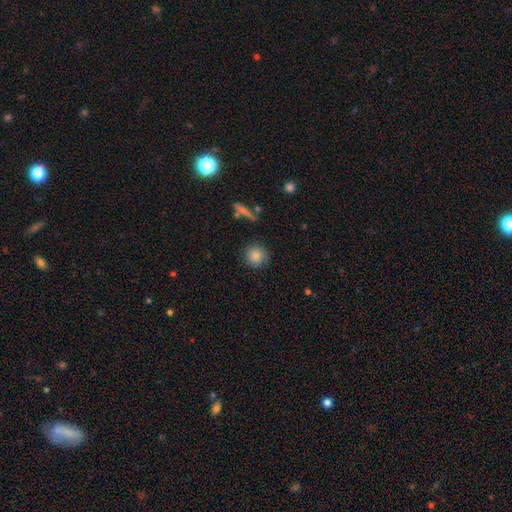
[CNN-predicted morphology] Smooth or featured: smooth — 81% (featured or disk — 10%)
How rounded: round — 91% (in between — 7%)
Merging: none — 81% (minor disturbance — 13%)